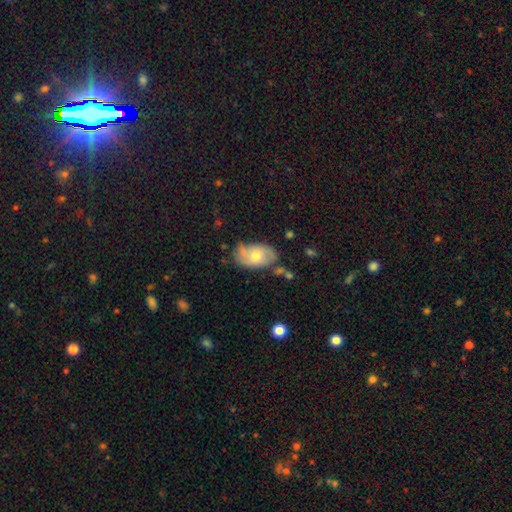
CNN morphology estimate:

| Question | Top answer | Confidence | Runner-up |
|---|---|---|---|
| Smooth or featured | smooth | 47% | featured or disk (45%) |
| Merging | none | 60% | minor disturbance (27%) |